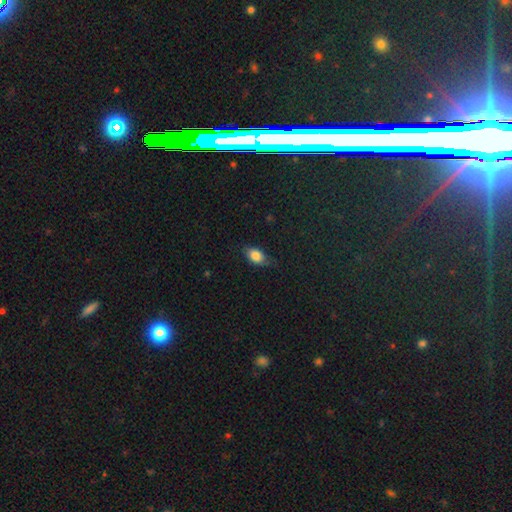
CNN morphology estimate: This appears to be a smooth galaxy with no disk features (83%) that is in between round and cigar-shaped (84%). Merging: none (71%).